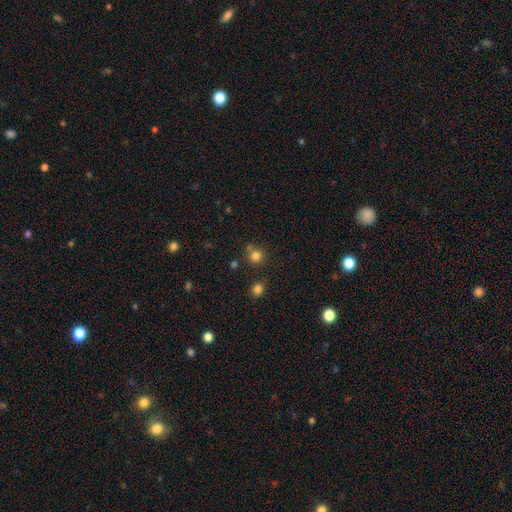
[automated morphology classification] Smooth or featured? smooth (79%)
How rounded? round (89%)
Merging? none (70%)